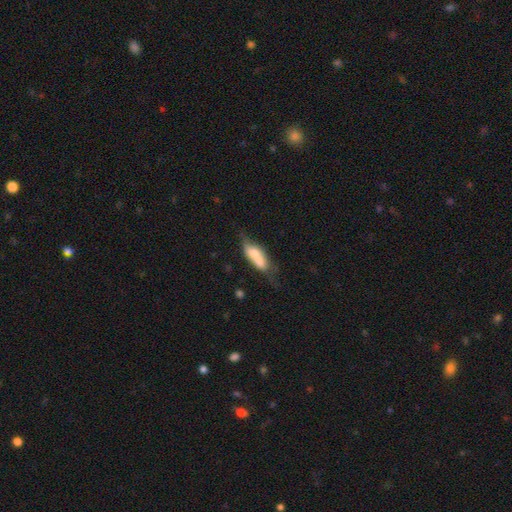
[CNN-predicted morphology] Overall: smooth (56%; featured or disk 36%). How rounded: in between (65%; cigar-shaped 32%). Merging: none (33%; minor disturbance 26%).